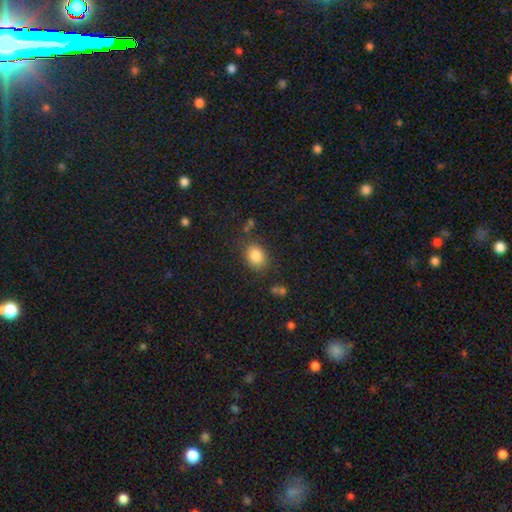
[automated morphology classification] type=smooth (85%); roundness=in between (60%); merging=none (78%).